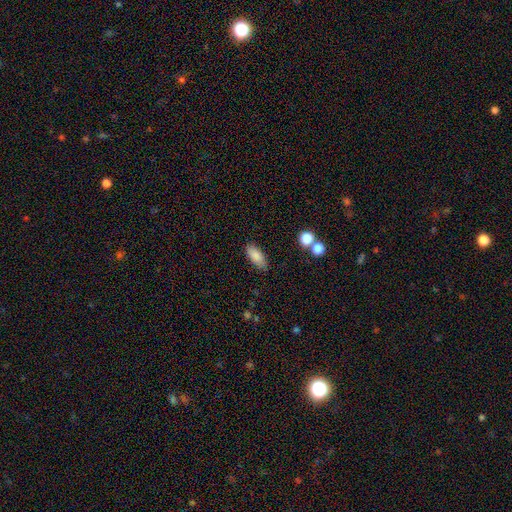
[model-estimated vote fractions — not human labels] Smooth or featured? smooth (86%)
How rounded? in between (81%)
Merging? none (83%)